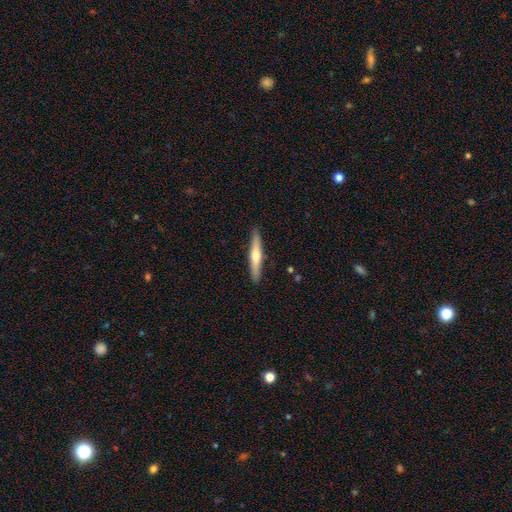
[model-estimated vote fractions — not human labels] Smooth or featured: featured or disk — 50% (smooth — 45%)
Merging: none — 90% (minor disturbance — 7%)